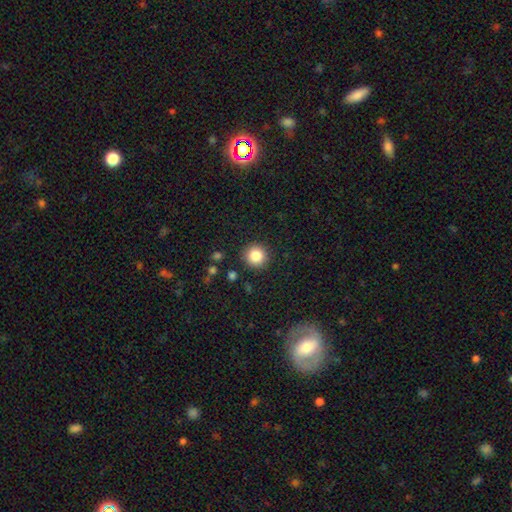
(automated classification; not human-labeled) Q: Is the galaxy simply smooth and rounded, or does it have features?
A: smooth — 84%.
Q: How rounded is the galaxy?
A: round — 94%.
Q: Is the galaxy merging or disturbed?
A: none — 91%.